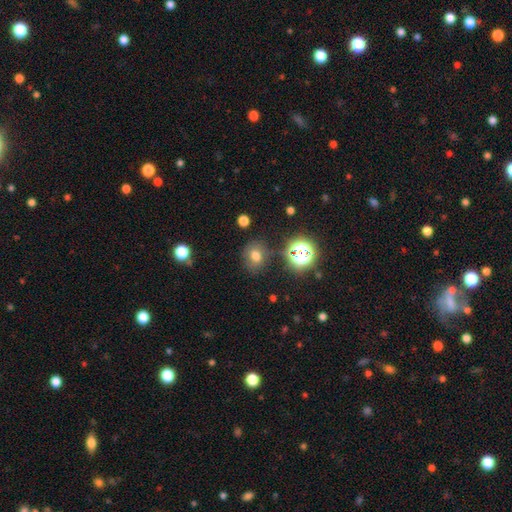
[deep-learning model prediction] smooth_or_featured: smooth (p=0.68) [alt: star or artifact p=0.21]
how_rounded: round (p=0.71) [alt: in between p=0.28]
merging: none (p=0.77) [alt: minor disturbance p=0.14]